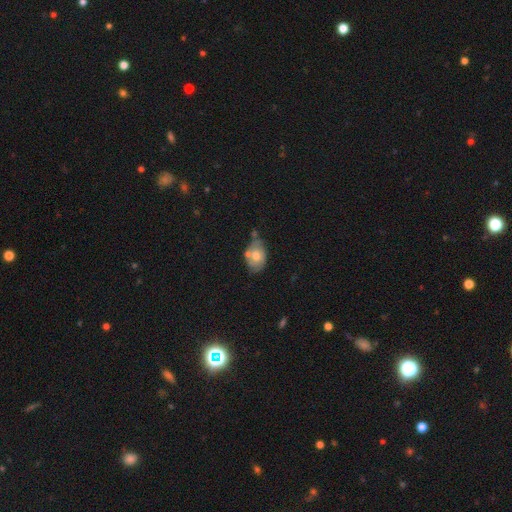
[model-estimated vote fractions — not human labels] Smooth or featured? smooth (59%)
How rounded? in between (82%)
Merging? none (48%)